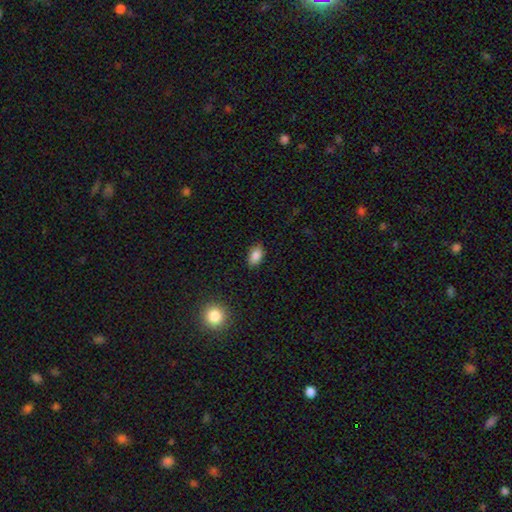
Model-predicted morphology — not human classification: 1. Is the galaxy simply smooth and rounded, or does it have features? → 86% smooth, 9% star or artifact, 5% featured or disk.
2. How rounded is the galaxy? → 88% in between, 10% round, 2% cigar-shaped.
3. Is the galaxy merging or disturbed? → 85% none, 12% minor disturbance, 2% major disturbance, 1% merger.